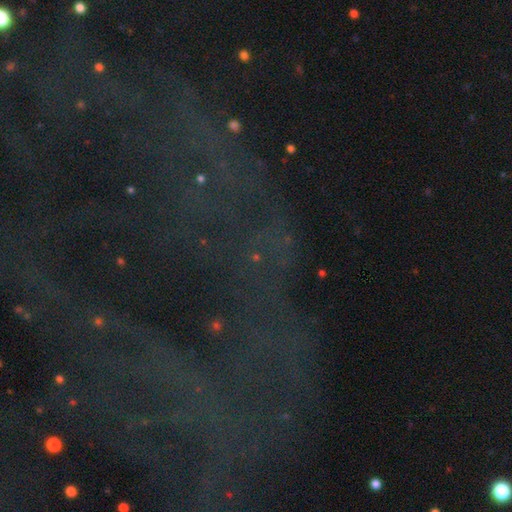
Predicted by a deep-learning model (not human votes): star or artifact 76%, featured or disk 13%, smooth 11%.